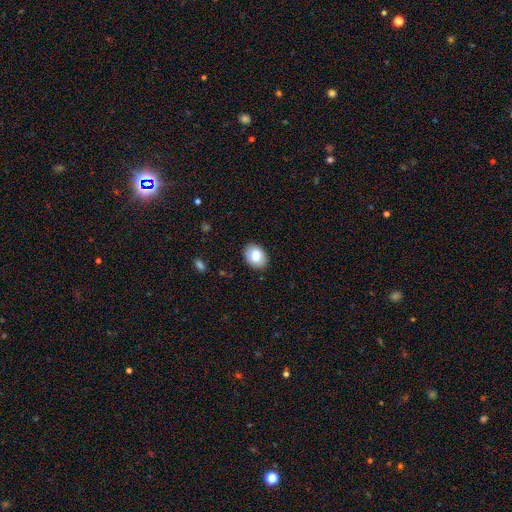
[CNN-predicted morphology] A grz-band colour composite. It shows a smooth galaxy with no disk features (84%) that is in between round and cigar-shaped (76%). Merging: none (87%).